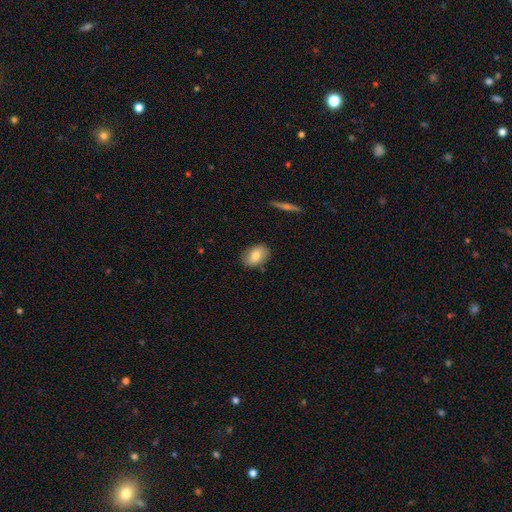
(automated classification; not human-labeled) A smooth galaxy with no disk features (76%) that is in between round and cigar-shaped (80%).

Vote fractions:
- Smooth or featured? smooth: 76% / featured or disk: 16% / star or artifact: 7%
- How rounded? in between: 80% / round: 19% / cigar-shaped: 2%
- Merging? none: 83% / minor disturbance: 13% / major disturbance: 2% / merger: 2%